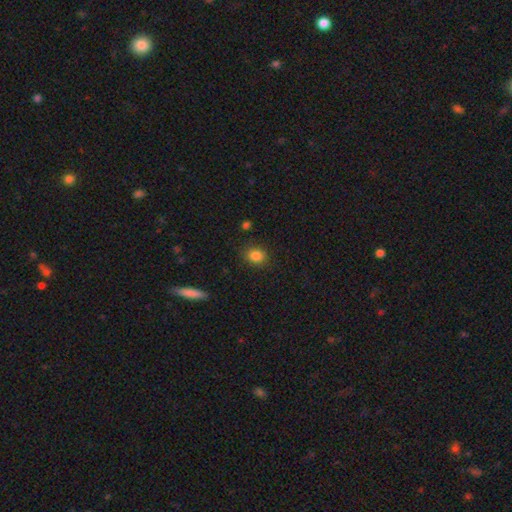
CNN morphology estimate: Smooth or featured? smooth (84%)
How rounded? round (62%)
Merging? none (86%)